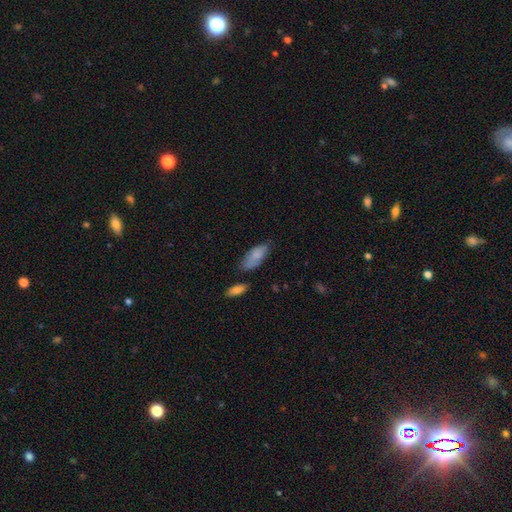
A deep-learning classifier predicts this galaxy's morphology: smooth 77%, featured or disk 16%, star or artifact 7%. Down the decision tree: how rounded — in between (85%); merging — none (56%).